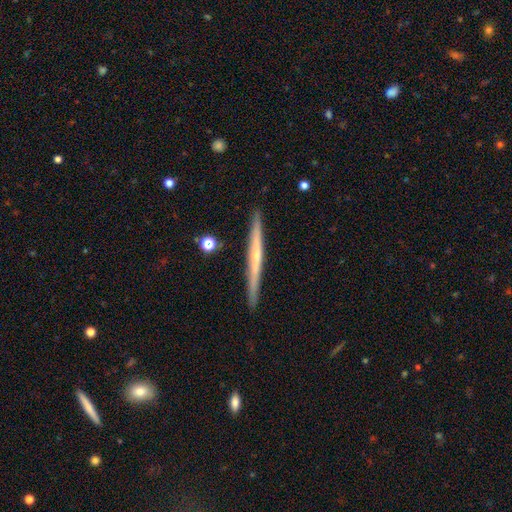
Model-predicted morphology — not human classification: Smooth or featured?
  - featured or disk: 66% *
  - smooth: 28%
  - star or artifact: 6%
Edge-on disk?
  - yes: 98% *
  - no: 2%
Edge-on bulge?
  - none: 50% *
  - rounded: 46%
  - boxy: 4%
Merging?
  - none: 91% *
  - minor disturbance: 6%
  - merger: 1%
  - major disturbance: 1%